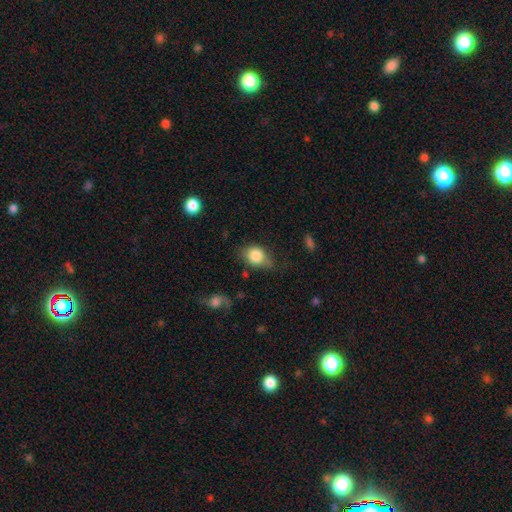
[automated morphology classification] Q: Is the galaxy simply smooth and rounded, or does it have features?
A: smooth — 82%.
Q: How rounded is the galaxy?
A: in between — 53%.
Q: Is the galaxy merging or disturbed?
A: none — 51%.